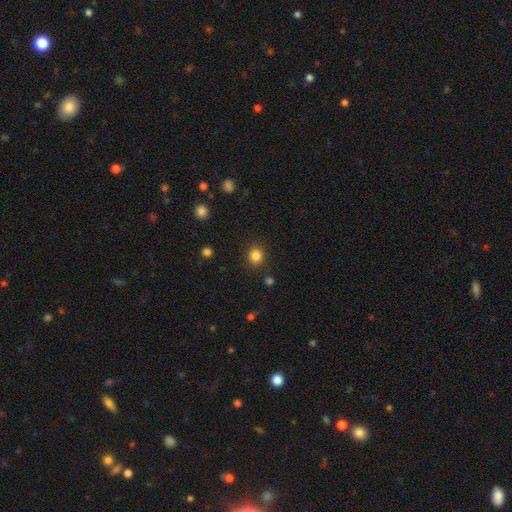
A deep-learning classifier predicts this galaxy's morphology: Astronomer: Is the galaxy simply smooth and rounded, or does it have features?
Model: smooth — 85%.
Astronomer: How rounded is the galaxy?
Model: round — 82%.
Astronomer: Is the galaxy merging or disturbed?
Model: none — 88%.